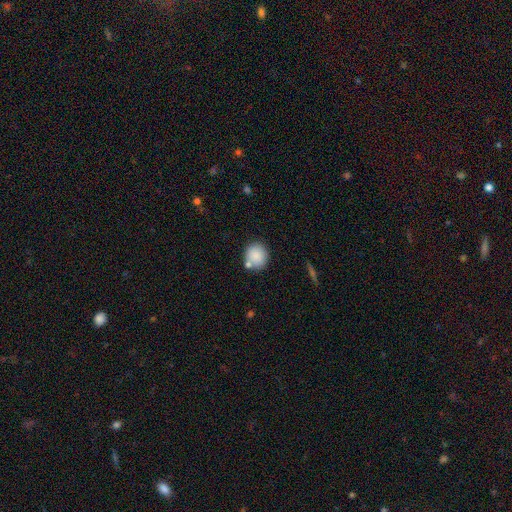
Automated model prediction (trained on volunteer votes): Overall: smooth (85%). How rounded: round (83%). Merging: none (70%).